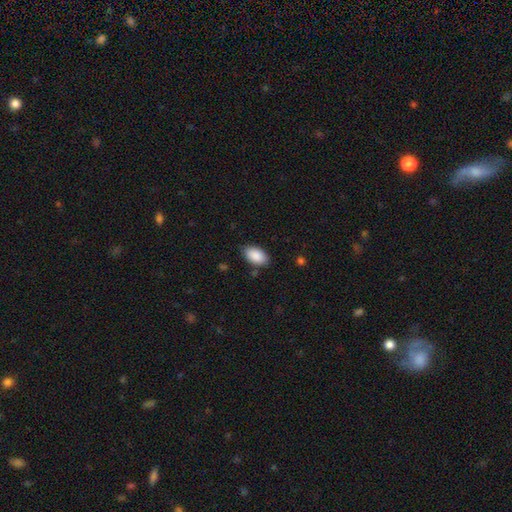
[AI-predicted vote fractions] Smooth or featured? Predicted: smooth (p=0.89). How rounded? Predicted: in between (p=0.94). Merging? Predicted: none (p=0.81).